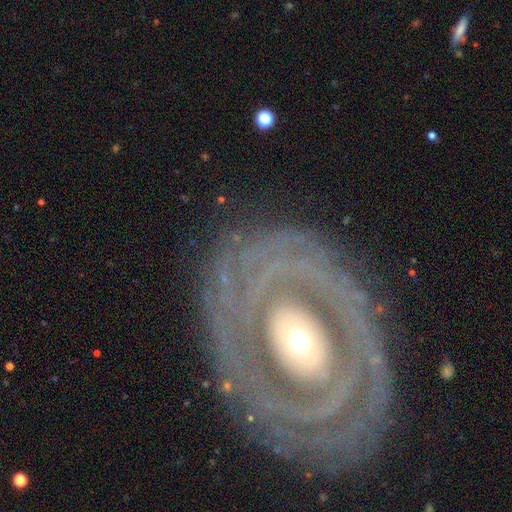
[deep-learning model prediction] This appears to be a featured or disk galaxy (85%) with no bar (71%), tight (80%) spiral arms (81%) and a moderate central bulge (59%). Merging: none (81%).